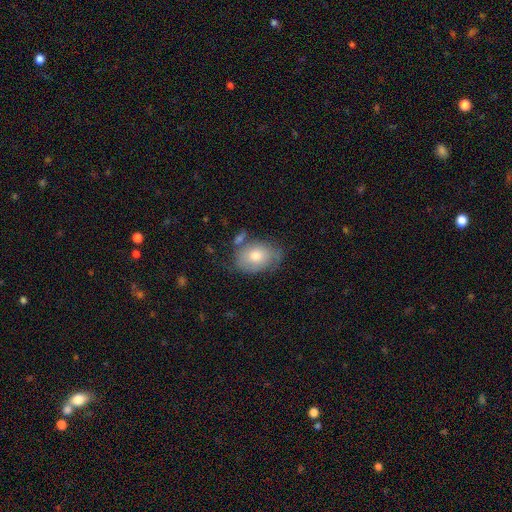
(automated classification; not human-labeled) Smooth or featured? Predicted: smooth (p=0.69). How rounded? Predicted: in between (p=0.73). Merging? Predicted: none (p=0.55).